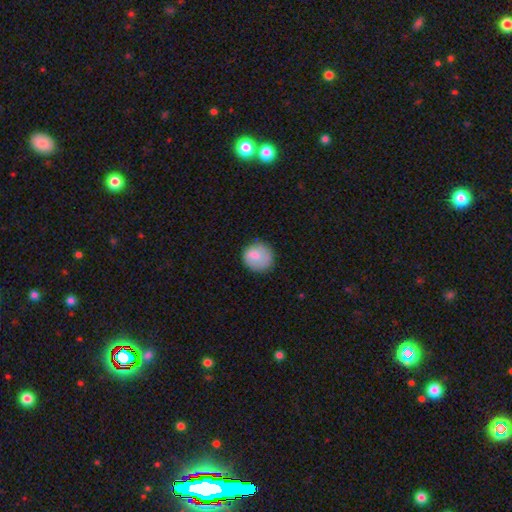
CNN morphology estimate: Smooth or featured?
  - smooth: 79% *
  - featured or disk: 14%
  - star or artifact: 7%
How rounded?
  - round: 85% *
  - in between: 14%
  - cigar-shaped: 1%
Merging?
  - none: 72% *
  - minor disturbance: 19%
  - major disturbance: 7%
  - merger: 1%